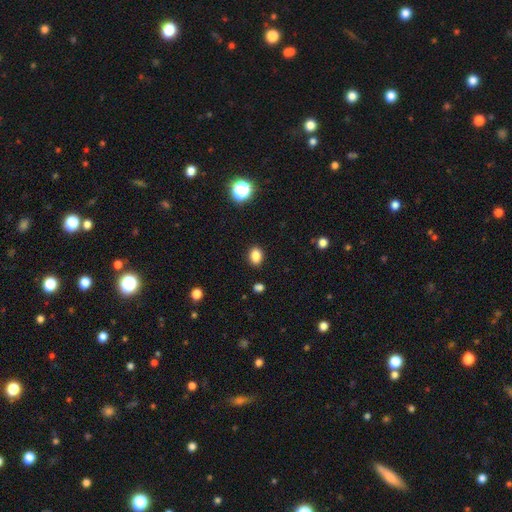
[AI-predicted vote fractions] Overall: smooth (84%). How rounded: in between (67%; round 32%). Merging: none (89%).